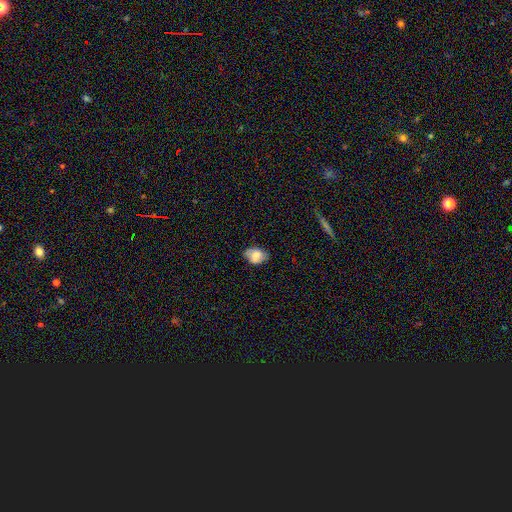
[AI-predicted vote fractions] Smooth or featured: smooth — 70% (featured or disk — 22%)
How rounded: in between — 79% (round — 20%)
Merging: none — 74% (minor disturbance — 21%)